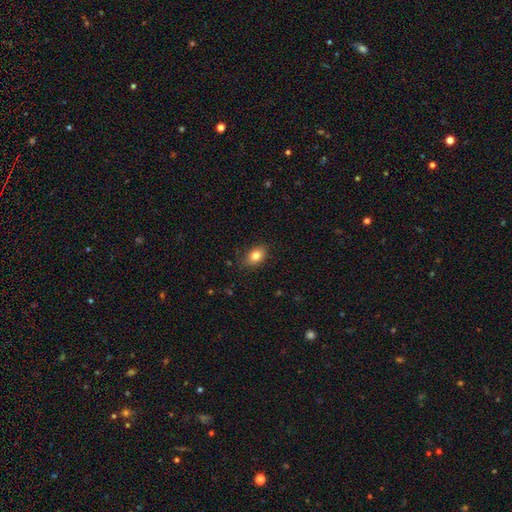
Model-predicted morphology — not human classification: Smooth or featured: smooth — 83% (featured or disk — 9%)
How rounded: in between — 83% (round — 15%)
Merging: none — 83% (minor disturbance — 13%)